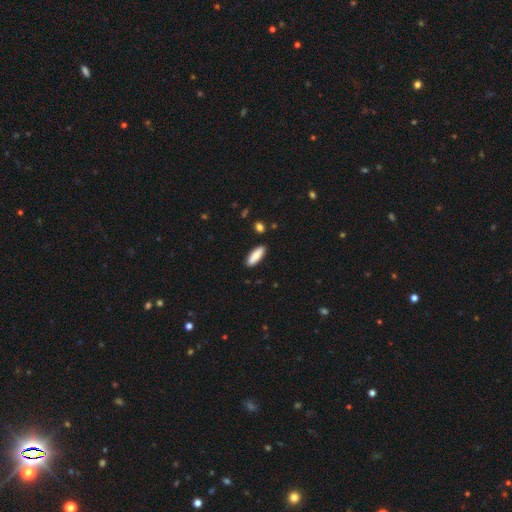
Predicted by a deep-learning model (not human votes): Morphology: type=smooth (83%); roundness=in between (58%); merging=none (88%).